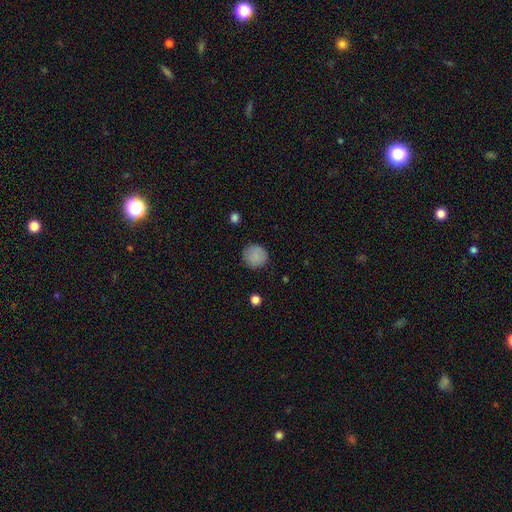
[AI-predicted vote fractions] A smooth galaxy with no disk features (86%) that is round (91%). Merging: none (85%).